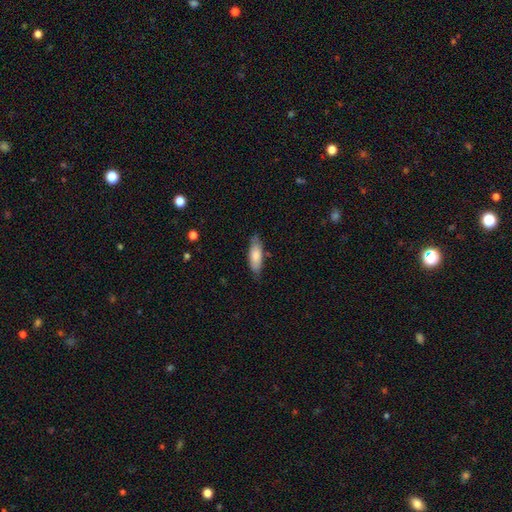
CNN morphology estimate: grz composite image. It shows a smooth galaxy with no disk features (78%) that is in between round and cigar-shaped (62%). Merging: none (76%).